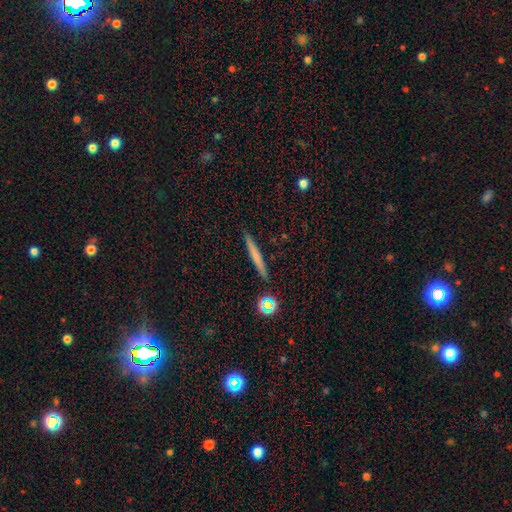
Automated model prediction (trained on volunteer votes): A smooth galaxy with no disk features (59%) that is cigar-shaped (95%).

Vote fractions:
- Smooth or featured? smooth: 59% / featured or disk: 32% / star or artifact: 9%
- How rounded? cigar-shaped: 95% / in between: 3% / round: 2%
- Merging? none: 90% / minor disturbance: 6% / merger: 2% / major disturbance: 1%